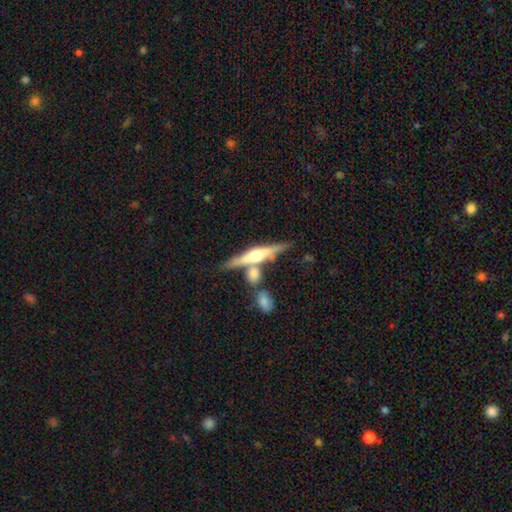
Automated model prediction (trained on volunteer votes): Smooth or featured?
  - featured or disk: 73% *
  - smooth: 21%
  - star or artifact: 6%
Edge-on disk?
  - yes: 96% *
  - no: 4%
Edge-on bulge?
  - rounded: 88% *
  - boxy: 8%
  - none: 4%
Merging?
  - none: 65% *
  - merger: 20%
  - minor disturbance: 12%
  - major disturbance: 3%